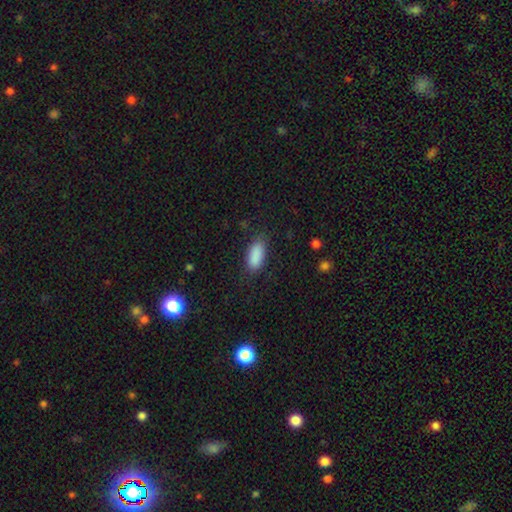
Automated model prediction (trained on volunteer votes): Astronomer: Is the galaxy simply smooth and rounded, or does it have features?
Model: smooth — 88%.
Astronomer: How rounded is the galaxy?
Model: in between — 88%.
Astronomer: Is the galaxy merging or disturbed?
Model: none — 78%.